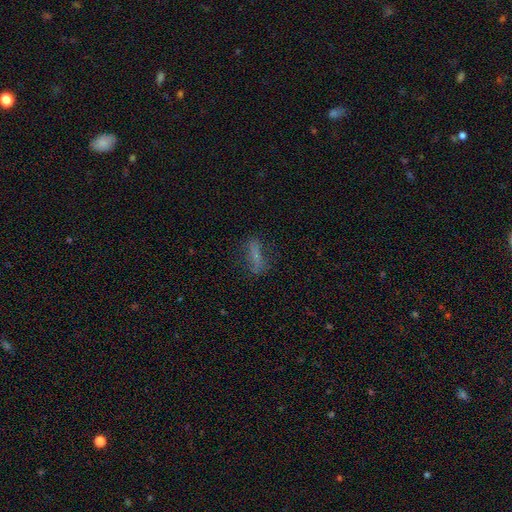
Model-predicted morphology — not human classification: Q: Smooth or featured?
A: smooth (56%); runner-up: featured or disk (29%)
Q: How rounded?
A: cigar-shaped (56%); runner-up: in between (40%)
Q: Merging?
A: none (69%); runner-up: minor disturbance (18%)